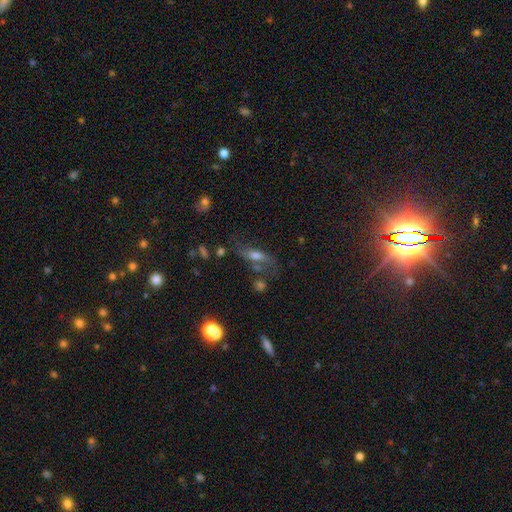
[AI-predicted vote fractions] Q: Smooth or featured?
A: featured or disk (44%); runner-up: smooth (41%)
Q: Merging?
A: none (49%); runner-up: minor disturbance (21%)